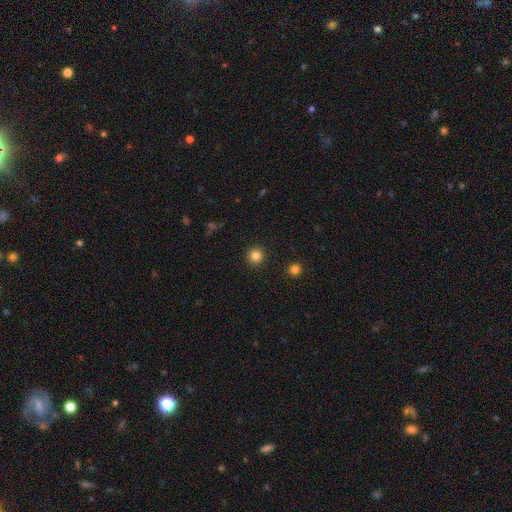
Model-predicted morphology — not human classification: Smooth or featured?
  - smooth: 82% *
  - star or artifact: 13%
  - featured or disk: 5%
How rounded?
  - round: 95% *
  - in between: 4%
  - cigar-shaped: 1%
Merging?
  - none: 93% *
  - minor disturbance: 4%
  - major disturbance: 2%
  - merger: 1%